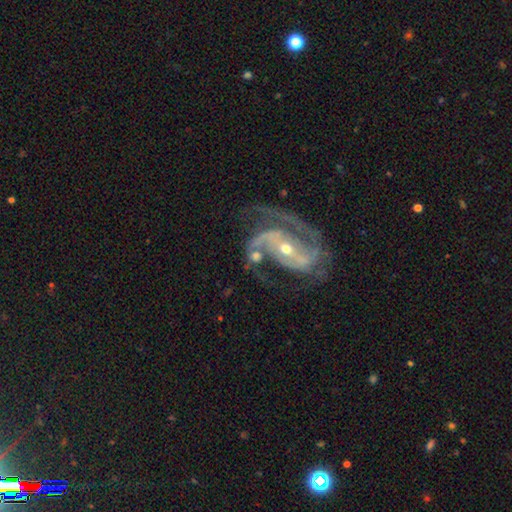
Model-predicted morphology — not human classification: Smooth or featured? Predicted: featured or disk (p=0.87). Edge-on disk? Predicted: no (p=0.97). Bar? Predicted: weak (p=0.35). Spiral arms? Predicted: yes (p=0.94). Spiral winding? Predicted: medium (p=0.50). Spiral arm count? Predicted: 2 (p=0.83). Bulge size? Predicted: moderate (p=0.52). Merging? Predicted: none (p=0.46).